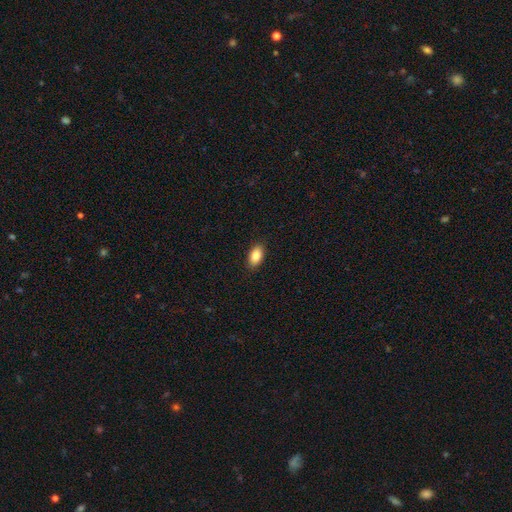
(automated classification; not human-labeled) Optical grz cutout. It shows a smooth galaxy with no disk features (85%) that is in between round and cigar-shaped (92%). Merging: none (90%).